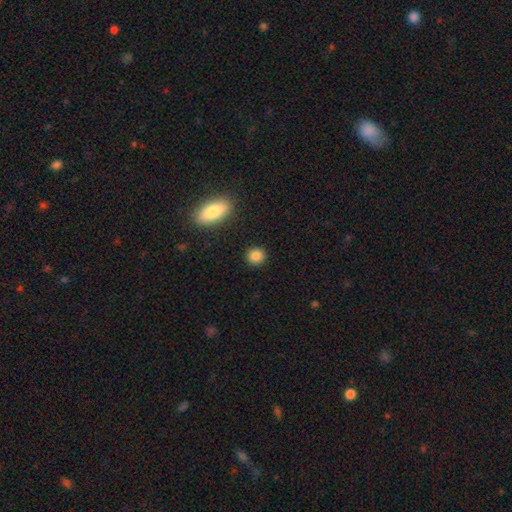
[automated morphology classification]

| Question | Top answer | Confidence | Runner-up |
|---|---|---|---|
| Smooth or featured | smooth | 87% | star or artifact (9%) |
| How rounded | round | 86% | in between (13%) |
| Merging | none | 90% | minor disturbance (6%) |